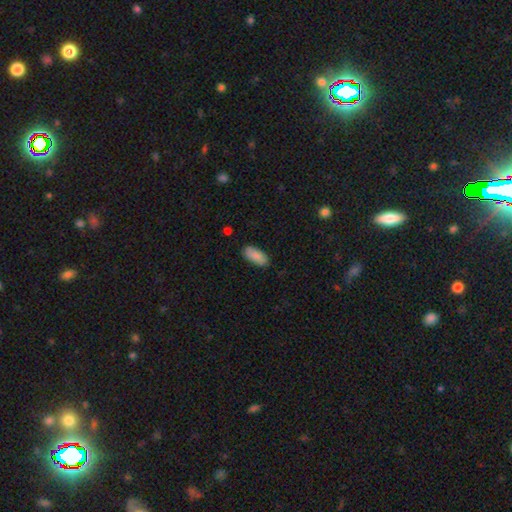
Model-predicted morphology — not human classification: smooth_or_featured: smooth (p=0.89) [alt: star or artifact p=0.06]
how_rounded: in between (p=0.86) [alt: cigar-shaped p=0.13]
merging: none (p=0.86) [alt: minor disturbance p=0.10]